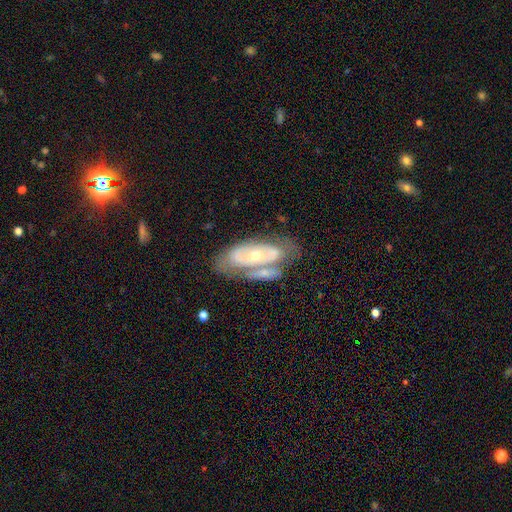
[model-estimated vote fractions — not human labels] Smooth or featured?
  - featured or disk: 70% *
  - smooth: 24%
  - star or artifact: 6%
Edge-on disk?
  - no: 90% *
  - yes: 10%
Bar?
  - no: 77% *
  - weak: 16%
  - strong: 7%
Spiral arms?
  - no: 50% * (tied)
  - yes: 50% * (tied)
Bulge size?
  - moderate: 50% *
  - small: 45%
  - large: 2%
  - none: 1%
  - dominant: 1%
Merging?
  - none: 42% *
  - merger: 30%
  - minor disturbance: 17%
  - major disturbance: 10%